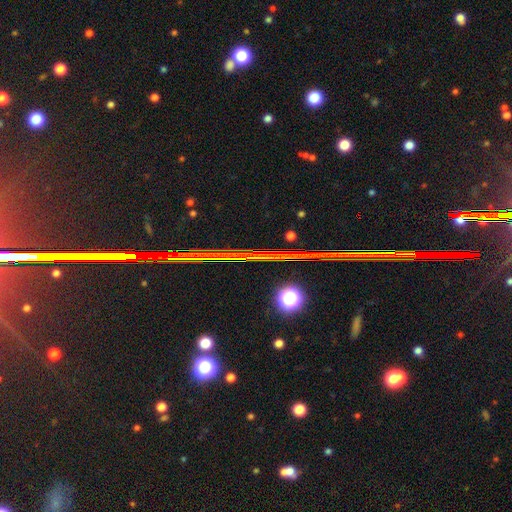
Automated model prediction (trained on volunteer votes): Overall: star or artifact (83%).